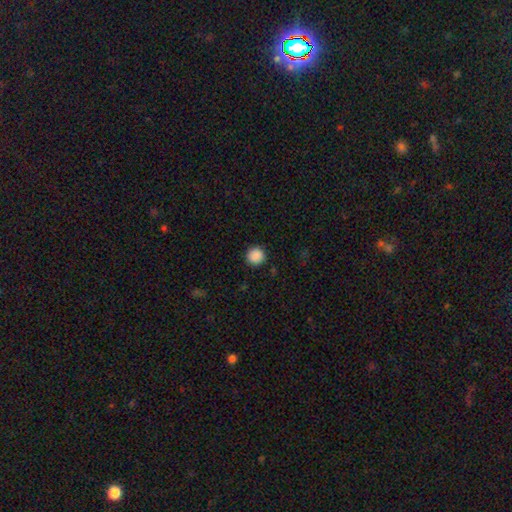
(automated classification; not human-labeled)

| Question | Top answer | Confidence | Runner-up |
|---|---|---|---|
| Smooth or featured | smooth | 89% | star or artifact (9%) |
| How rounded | round | 94% | in between (5%) |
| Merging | none | 91% | minor disturbance (6%) |